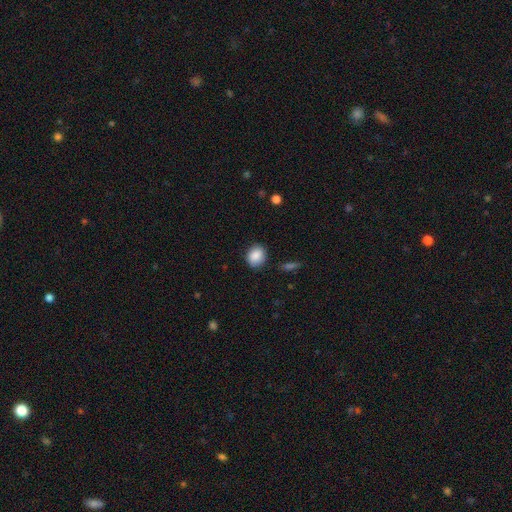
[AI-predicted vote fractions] This is clearly a smooth galaxy (88%). How rounded: likely round (64%). Merging: clearly none (86%).